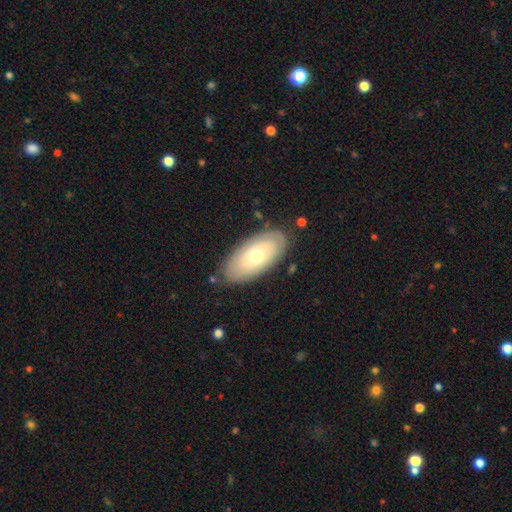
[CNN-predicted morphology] Smooth or featured? Predicted: smooth (p=0.55). How rounded? Predicted: in between (p=0.92). Merging? Predicted: none (p=0.82).